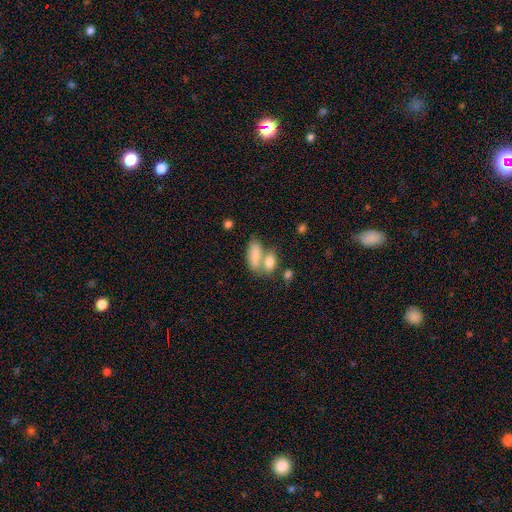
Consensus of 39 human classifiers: This appears to be a smooth galaxy with no disk features (69%) that is in between round and cigar-shaped (74%). Merging: merger (51%).